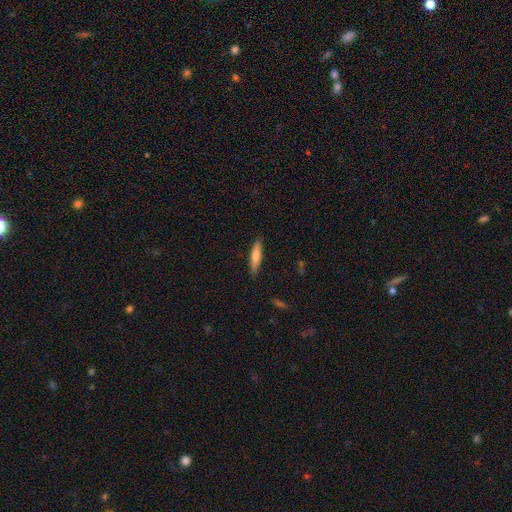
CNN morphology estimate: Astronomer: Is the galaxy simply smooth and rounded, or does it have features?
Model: smooth — 71%.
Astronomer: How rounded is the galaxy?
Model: cigar-shaped — 86%.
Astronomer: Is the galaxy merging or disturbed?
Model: none — 87%.